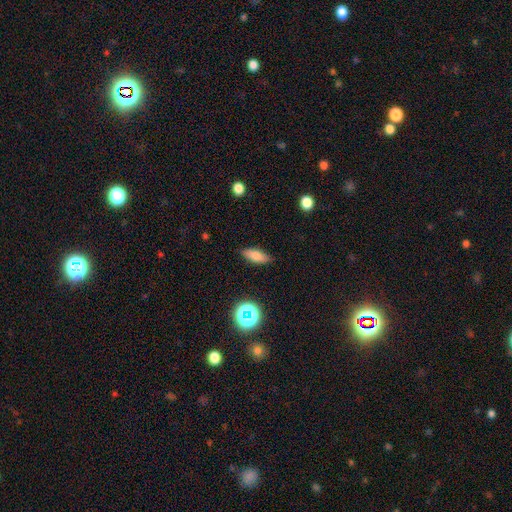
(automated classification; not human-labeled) Morphology: type=smooth (78%); roundness=in between (70%); merging=none (86%).